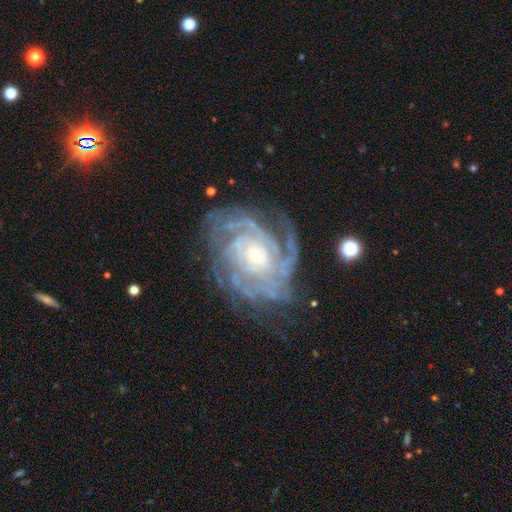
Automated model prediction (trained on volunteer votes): Smooth or featured?
  - featured or disk: 90% *
  - star or artifact: 6%
  - smooth: 4%
Edge-on disk?
  - no: 97% *
  - yes: 3%
Bar?
  - no: 72% *
  - weak: 21%
  - strong: 7%
Spiral arms?
  - yes: 97% *
  - no: 3%
Spiral winding?
  - tight: 71% *
  - medium: 24%
  - loose: 4%
Spiral arm count?
  - can't tell: 27% *
  - 4: 22%
  - 3: 19%
  - 2: 14%
  - more than 4: 11%
  - 1: 7%
Bulge size?
  - small: 71% *
  - moderate: 24%
  - large: 2%
  - none: 2%
  - dominant: 1%
Merging?
  - none: 69% *
  - minor disturbance: 19%
  - major disturbance: 11%
  - merger: 2%